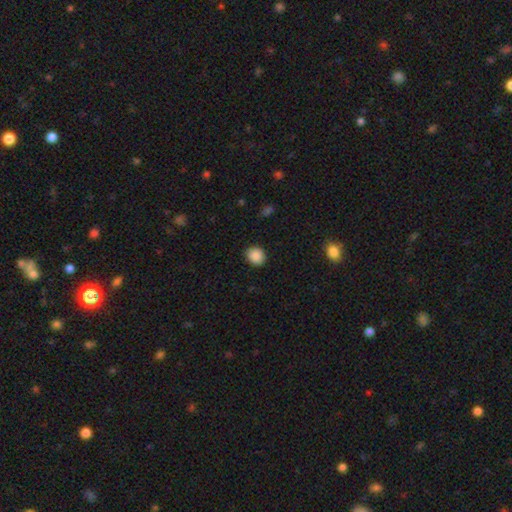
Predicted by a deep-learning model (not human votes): Smooth or featured: smooth — 88% (star or artifact — 9%)
How rounded: round — 77% (in between — 22%)
Merging: none — 89% (minor disturbance — 8%)